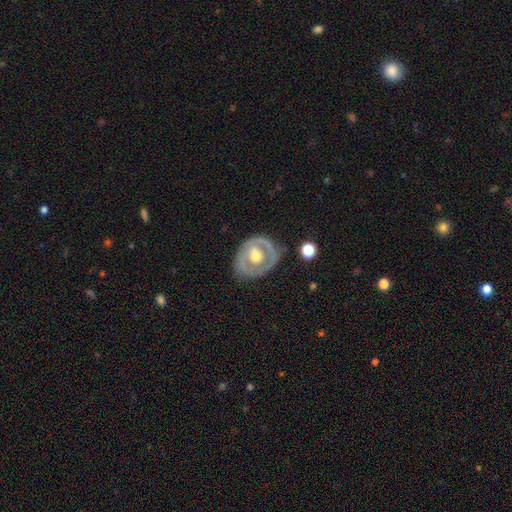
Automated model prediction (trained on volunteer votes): Q: Smooth or featured?
A: featured or disk (67%); runner-up: smooth (28%)
Q: Edge-on disk?
A: no (95%); runner-up: yes (5%)
Q: Bar?
A: no (68%); runner-up: weak (23%)
Q: Spiral arms?
A: no (68%); runner-up: yes (32%)
Q: Bulge size?
A: moderate (72%); runner-up: large (14%)
Q: Merging?
A: none (74%); runner-up: minor disturbance (17%)